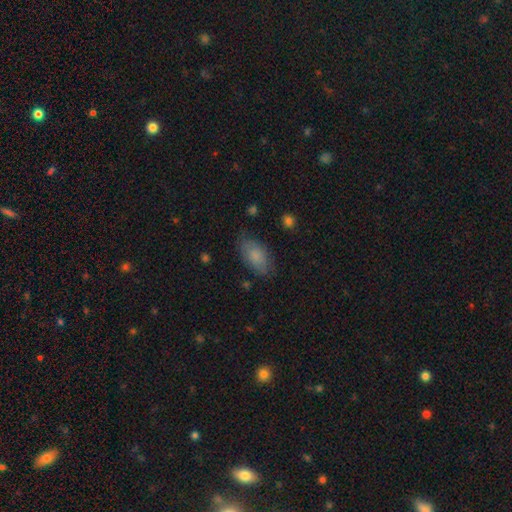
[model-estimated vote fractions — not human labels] smooth 80%, featured or disk 13%, star or artifact 7%. Down the decision tree: how rounded — in between (92%); merging — none (75%).